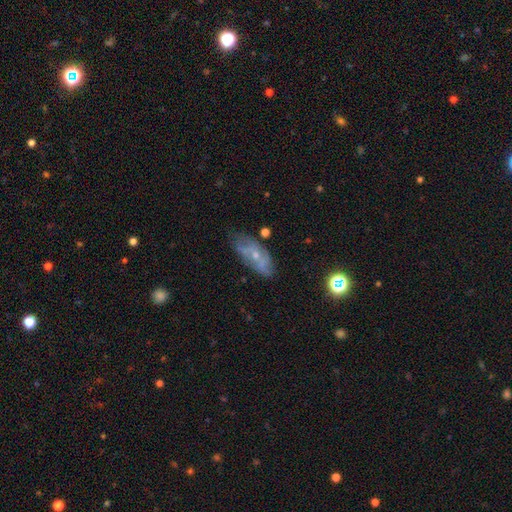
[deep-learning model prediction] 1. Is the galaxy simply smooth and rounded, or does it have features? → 57% featured or disk, 33% smooth, 10% star or artifact.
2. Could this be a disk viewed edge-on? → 87% no, 13% yes.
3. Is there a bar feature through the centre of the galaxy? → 74% no, 21% weak, 5% strong.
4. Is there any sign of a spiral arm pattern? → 55% yes, 45% no.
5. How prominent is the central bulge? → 66% small, 27% moderate, 5% none, 1% large, 1% dominant.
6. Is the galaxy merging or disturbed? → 58% none, 27% minor disturbance, 11% major disturbance, 4% merger.